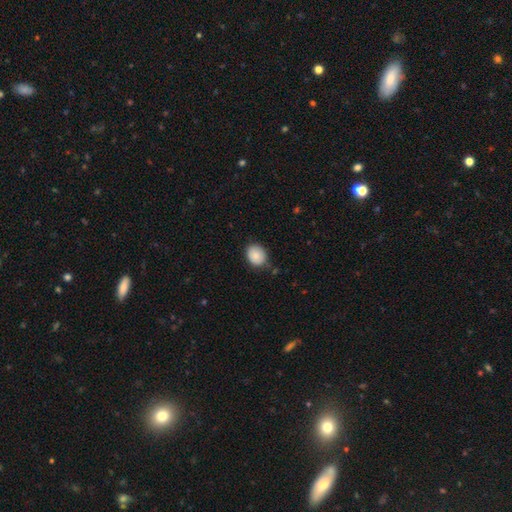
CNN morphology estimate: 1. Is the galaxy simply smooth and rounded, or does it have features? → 87% smooth, 7% star or artifact, 6% featured or disk.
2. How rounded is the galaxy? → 58% round, 41% in between, 1% cigar-shaped.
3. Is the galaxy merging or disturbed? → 79% none, 16% minor disturbance, 3% major disturbance, 2% merger.